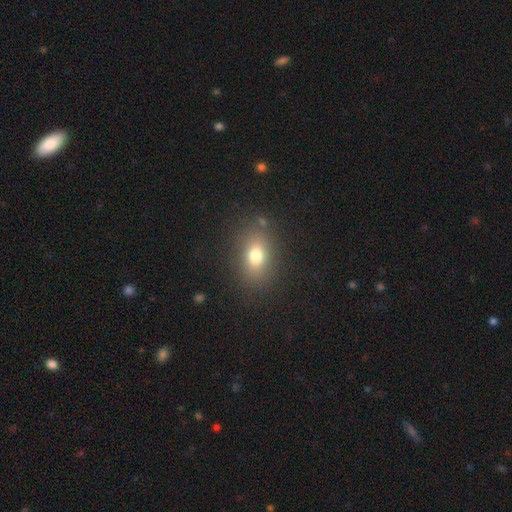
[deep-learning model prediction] A smooth galaxy with no disk features (76%) that is in between round and cigar-shaped (73%).

Vote fractions:
- Smooth or featured? smooth: 76% / star or artifact: 13% / featured or disk: 12%
- How rounded? in between: 73% / round: 24% / cigar-shaped: 2%
- Merging? none: 82% / minor disturbance: 11% / major disturbance: 4% / merger: 2%